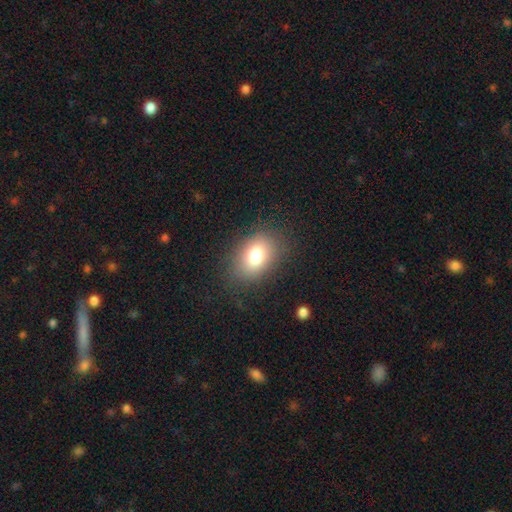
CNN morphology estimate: Q: Smooth or featured?
A: smooth (79%); runner-up: featured or disk (11%)
Q: How rounded?
A: in between (79%); runner-up: round (20%)
Q: Merging?
A: none (81%); runner-up: minor disturbance (12%)